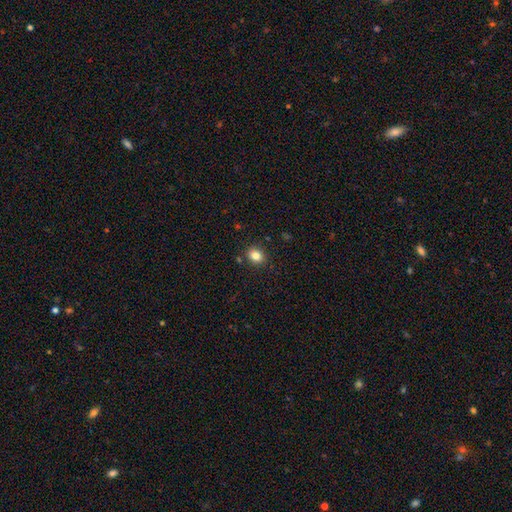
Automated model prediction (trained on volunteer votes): Smooth or featured? smooth (83%)
How rounded? round (59%)
Merging? none (87%)